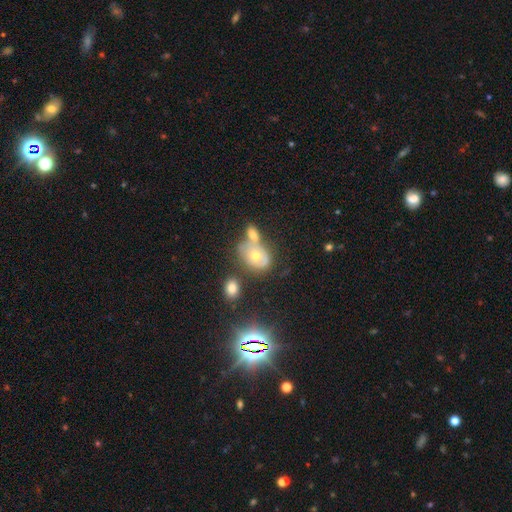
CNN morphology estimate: Q: Smooth or featured?
A: featured or disk (46%); runner-up: smooth (33%)
Q: Merging?
A: merger (40%); runner-up: none (36%)